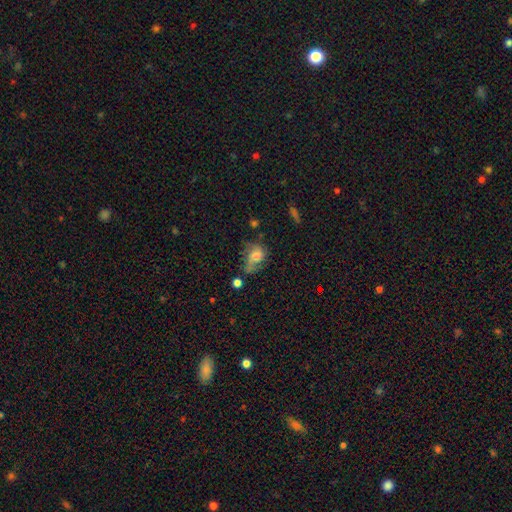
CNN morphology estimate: Overall: smooth (50%; featured or disk 39%). Merging: none (35%; major disturbance 30%).